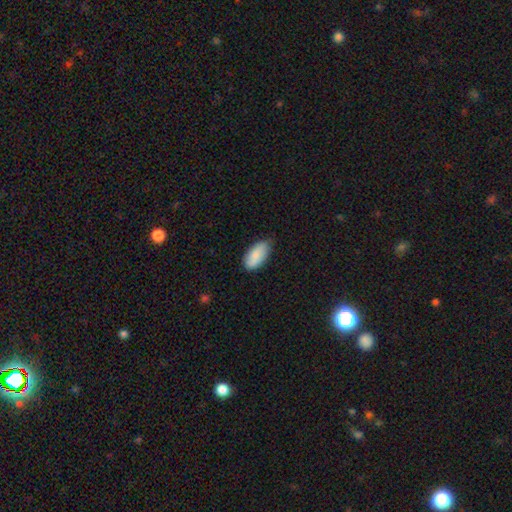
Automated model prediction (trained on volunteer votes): Q: Smooth or featured?
A: smooth (85%); runner-up: featured or disk (8%)
Q: How rounded?
A: in between (92%); runner-up: cigar-shaped (6%)
Q: Merging?
A: none (75%); runner-up: minor disturbance (21%)